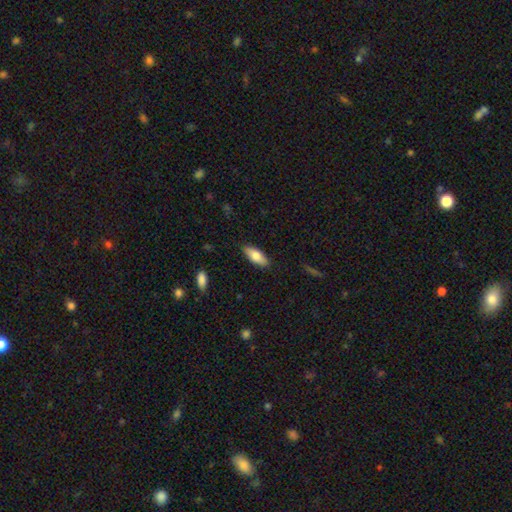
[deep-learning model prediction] Smooth or featured? Predicted: smooth (p=0.77). How rounded? Predicted: in between (p=0.75). Merging? Predicted: none (p=0.87).